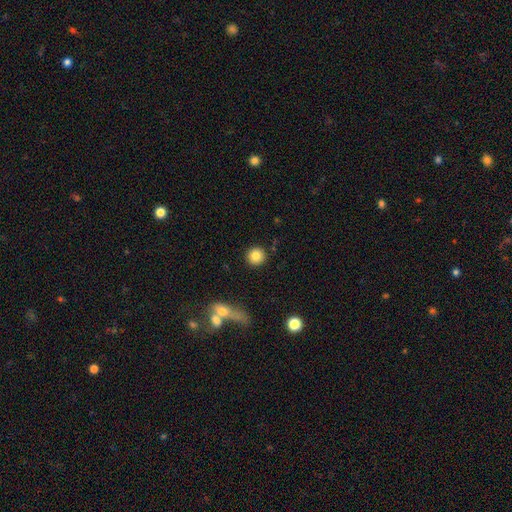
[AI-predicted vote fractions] A smooth galaxy with no disk features (82%) that is round (93%). Merging: none (88%).